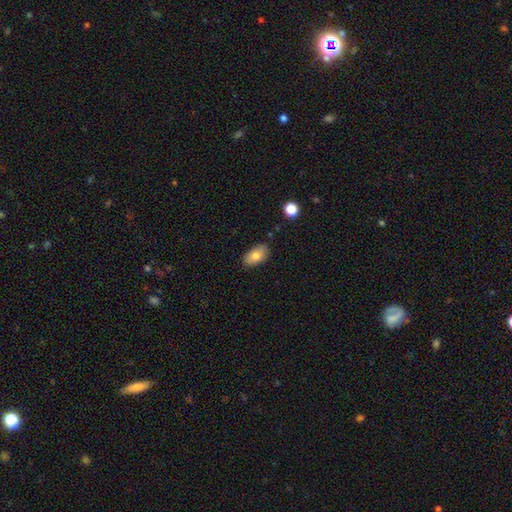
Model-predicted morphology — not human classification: Smooth or featured? Predicted: smooth (p=0.80). How rounded? Predicted: in between (p=0.93). Merging? Predicted: none (p=0.83).